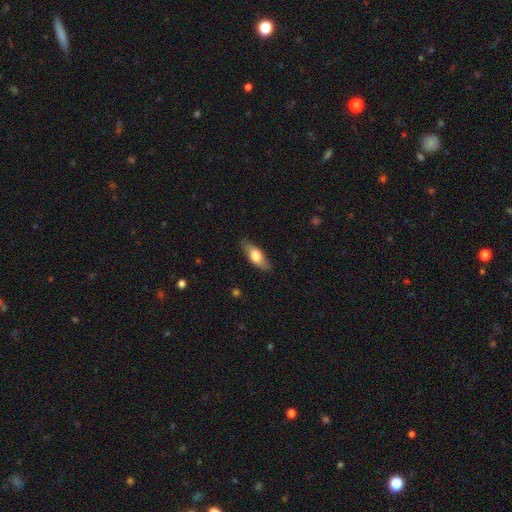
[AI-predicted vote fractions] A smooth galaxy with no disk features (62%) that is in between round and cigar-shaped (65%).

Vote fractions:
- Smooth or featured? smooth: 62% / featured or disk: 32% / star or artifact: 6%
- How rounded? in between: 65% / cigar-shaped: 32% / round: 3%
- Merging? none: 84% / minor disturbance: 12% / major disturbance: 3% / merger: 1%